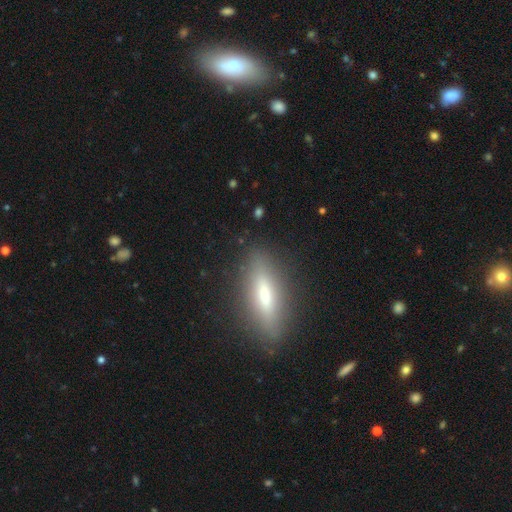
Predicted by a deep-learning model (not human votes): Smooth or featured?
  - smooth: 52% *
  - featured or disk: 37%
  - star or artifact: 11%
How rounded?
  - cigar-shaped: 59% *
  - in between: 39%
  - round: 2%
Merging?
  - none: 86% *
  - minor disturbance: 10%
  - major disturbance: 3%
  - merger: 1%